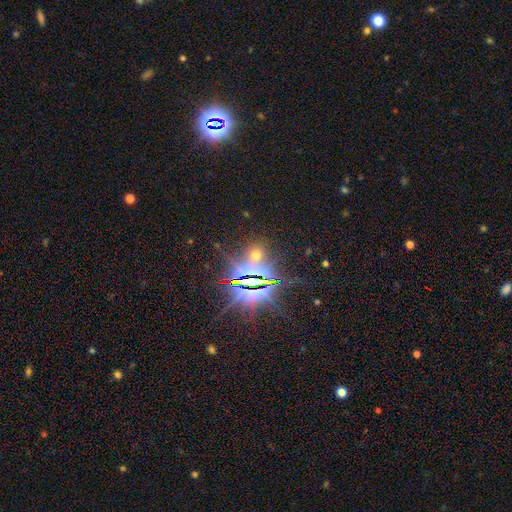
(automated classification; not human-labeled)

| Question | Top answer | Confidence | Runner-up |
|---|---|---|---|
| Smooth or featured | star or artifact | 63% | smooth (29%) |